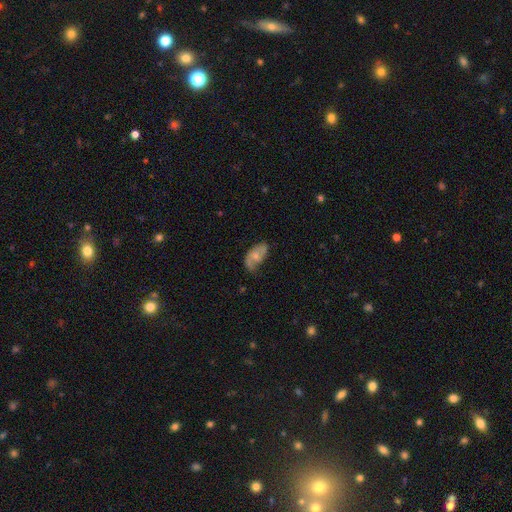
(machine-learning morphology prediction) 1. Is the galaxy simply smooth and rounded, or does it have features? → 52% featured or disk, 41% smooth, 7% star or artifact.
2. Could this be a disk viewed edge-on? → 94% no, 6% yes.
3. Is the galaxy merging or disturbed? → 42% none, 33% minor disturbance, 22% major disturbance, 3% merger.